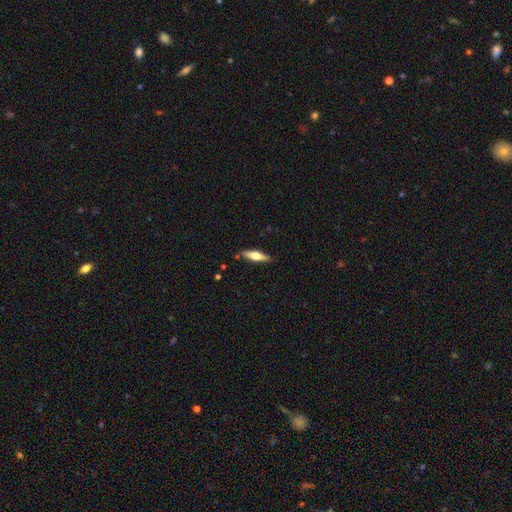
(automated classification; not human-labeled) smooth 51%, featured or disk 43%, star or artifact 6%. Down the decision tree: how rounded — cigar-shaped (64%); merging — none (86%).